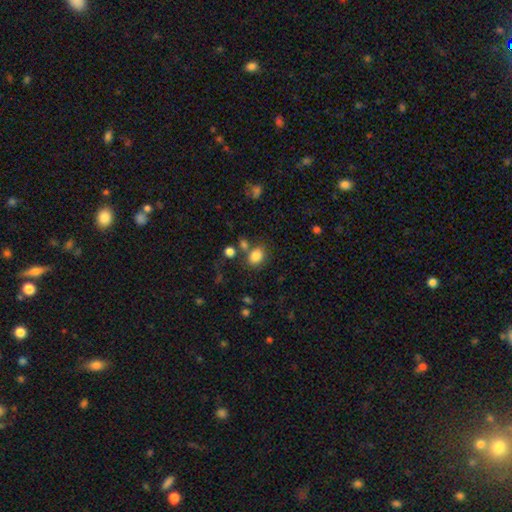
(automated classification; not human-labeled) Overall: smooth (83%). How rounded: in between (56%; round 43%). Merging: none (68%).